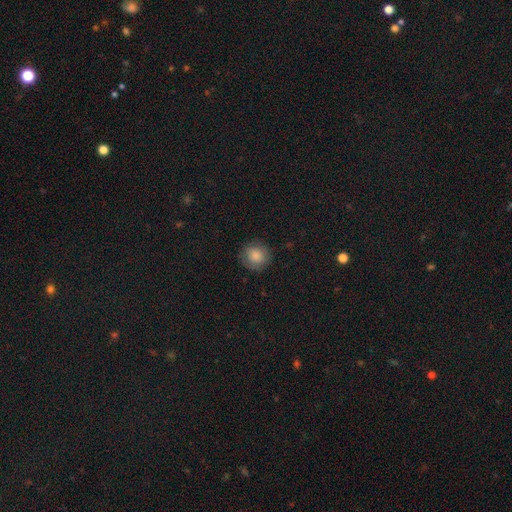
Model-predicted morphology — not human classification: smooth 83%, featured or disk 8%, star or artifact 8%. Down the decision tree: how rounded — round (87%); merging — none (82%).